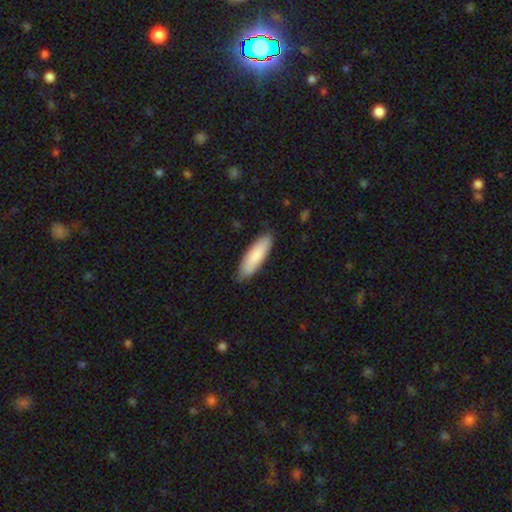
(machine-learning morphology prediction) This appears to be a smooth galaxy with no disk features (84%) that is cigar-shaped (53%). Merging: none (84%).